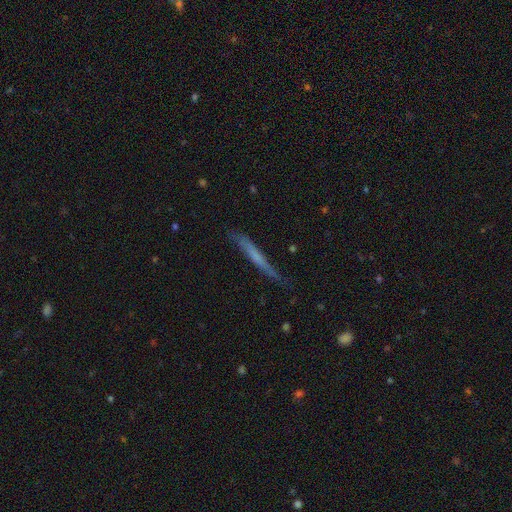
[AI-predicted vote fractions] smooth-or-featured: featured or disk: 47% | smooth: 45% | star or artifact: 7%
  merging: none: 72% | minor disturbance: 21% | major disturbance: 5% | merger: 2%